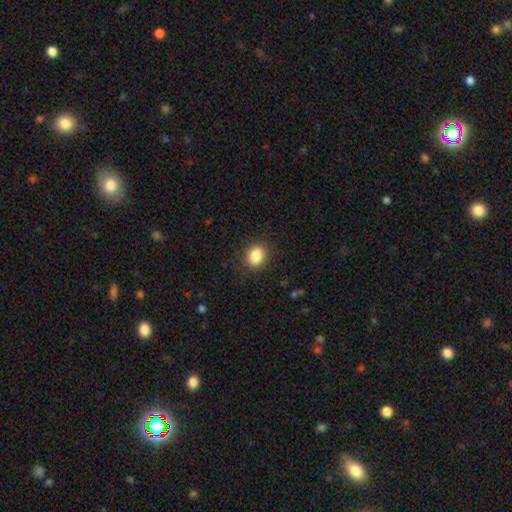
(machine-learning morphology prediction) Smooth or featured? smooth (85%)
How rounded? round (53%)
Merging? none (87%)